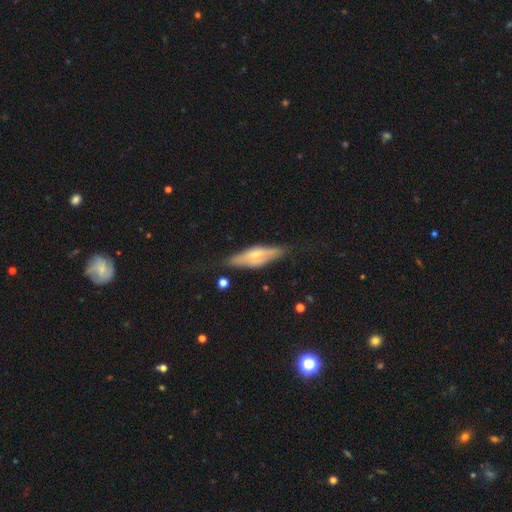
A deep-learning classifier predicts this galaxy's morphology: A featured or disk galaxy (54%) viewed edge-on (81%).

Vote fractions:
- Smooth or featured? featured or disk: 54% / smooth: 40% / star or artifact: 6%
- Edge-on disk? yes: 81% / no: 19%
- Merging? none: 69% / minor disturbance: 21% / major disturbance: 7% / merger: 2%